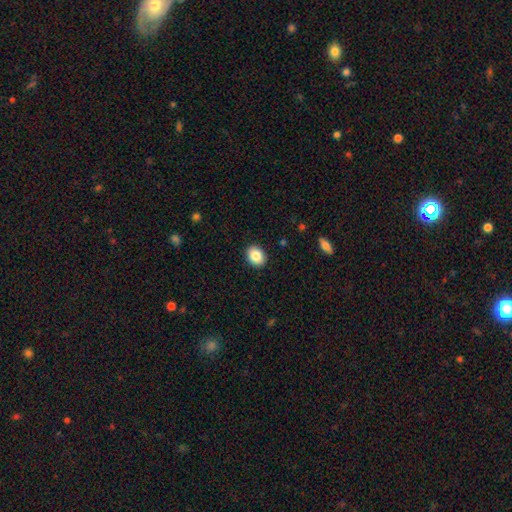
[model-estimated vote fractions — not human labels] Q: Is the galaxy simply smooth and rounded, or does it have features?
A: smooth — 86%.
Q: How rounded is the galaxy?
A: in between — 56%.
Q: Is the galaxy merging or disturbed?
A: none — 91%.